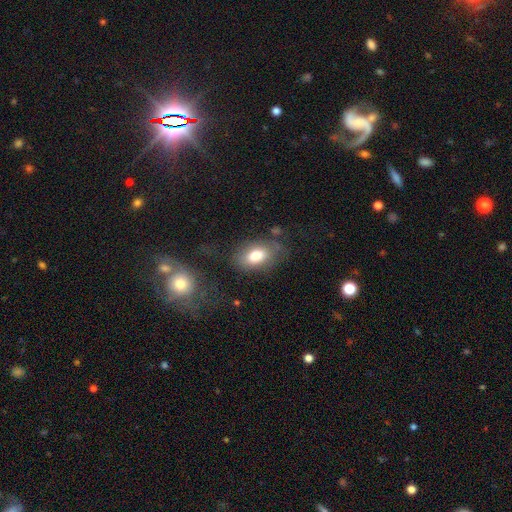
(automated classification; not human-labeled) Overall: smooth (78%). How rounded: in between (90%). Merging: none (67%).